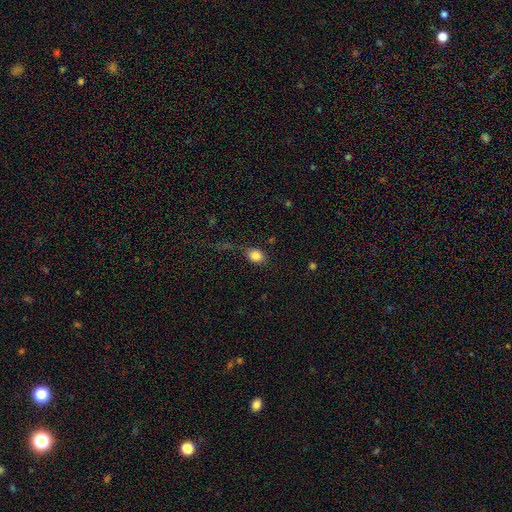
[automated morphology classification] Smooth or featured? smooth (84%)
How rounded? in between (53%)
Merging? none (69%)